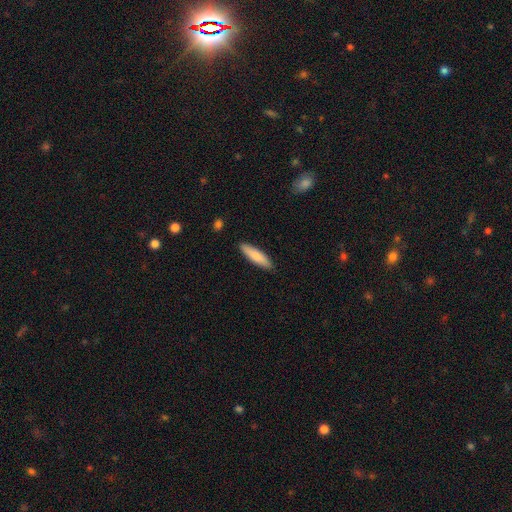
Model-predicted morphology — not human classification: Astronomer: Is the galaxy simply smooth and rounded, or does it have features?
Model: smooth — 83%.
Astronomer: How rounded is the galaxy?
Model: cigar-shaped — 71%.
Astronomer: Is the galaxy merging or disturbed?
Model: none — 90%.